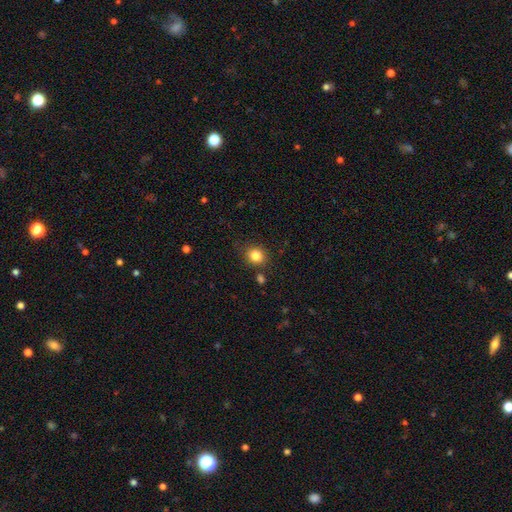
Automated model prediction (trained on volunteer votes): smooth-or-featured: smooth: 83% | star or artifact: 11% | featured or disk: 5%
  how-rounded: round: 75% | in between: 24% | cigar-shaped: 1%
  merging: none: 83% | minor disturbance: 10% | merger: 4% | major disturbance: 3%